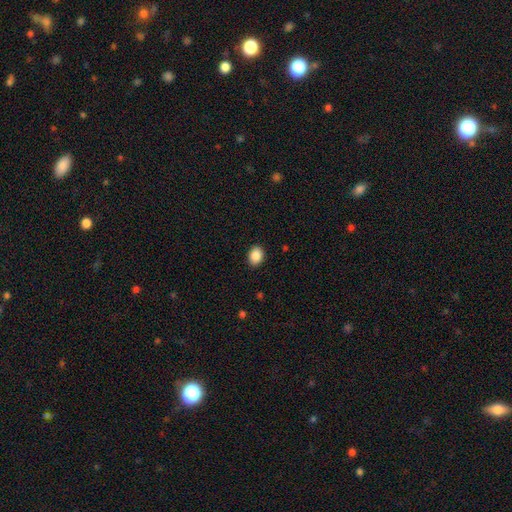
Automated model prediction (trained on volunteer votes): Smooth or featured? Predicted: smooth (p=0.88). How rounded? Predicted: in between (p=0.63). Merging? Predicted: none (p=0.90).